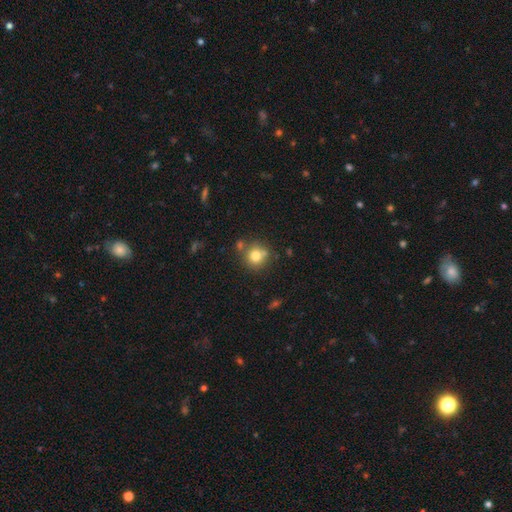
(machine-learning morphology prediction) A smooth galaxy with no disk features (77%) that is round (89%).

Vote fractions:
- Smooth or featured? smooth: 77% / star or artifact: 12% / featured or disk: 12%
- How rounded? round: 89% / in between: 10% / cigar-shaped: 1%
- Merging? none: 67% / merger: 15% / minor disturbance: 13% / major disturbance: 4%